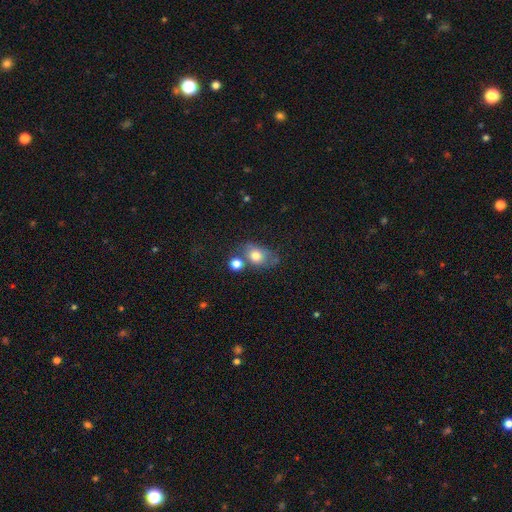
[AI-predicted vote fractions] This appears to be a smooth galaxy with no disk features (73%) that is in between round and cigar-shaped (60%). Merging: none (49%).